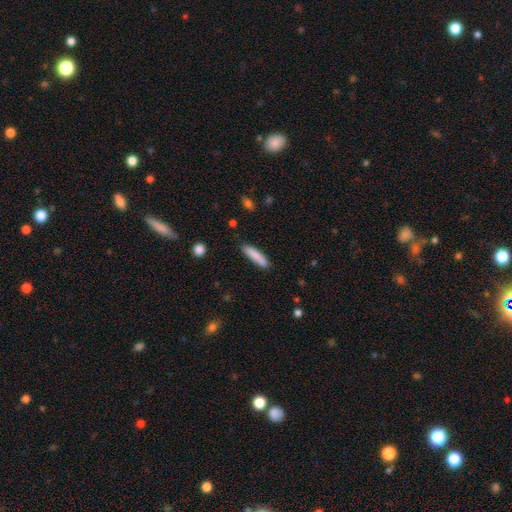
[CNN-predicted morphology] Smooth or featured?
  - smooth: 84% *
  - featured or disk: 10%
  - star or artifact: 6%
How rounded?
  - cigar-shaped: 83% *
  - in between: 15%
  - round: 1%
Merging?
  - none: 84% *
  - minor disturbance: 12%
  - major disturbance: 2%
  - merger: 2%